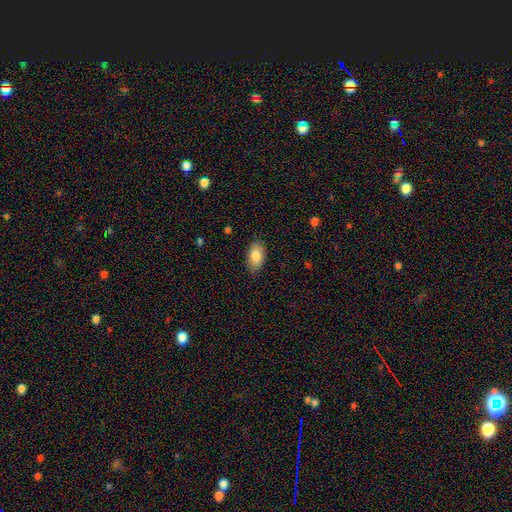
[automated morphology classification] Smooth or featured? Predicted: smooth (p=0.84). How rounded? Predicted: in between (p=0.92). Merging? Predicted: none (p=0.84).